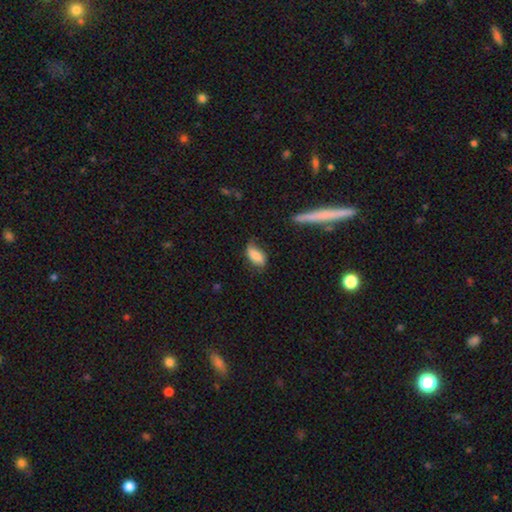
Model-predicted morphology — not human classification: Q: Smooth or featured?
A: smooth (79%); runner-up: featured or disk (14%)
Q: How rounded?
A: in between (89%); runner-up: cigar-shaped (7%)
Q: Merging?
A: none (56%); runner-up: minor disturbance (32%)